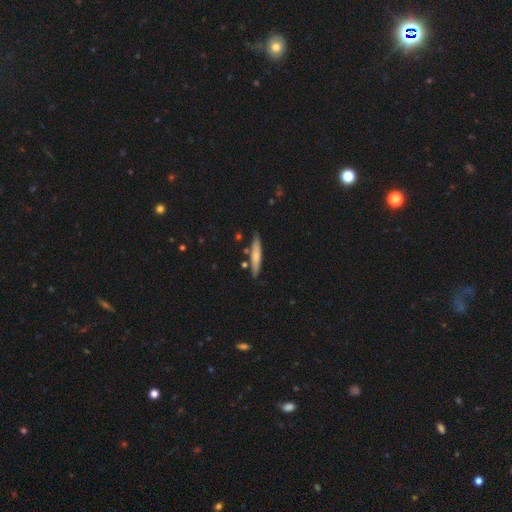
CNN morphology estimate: A smooth galaxy with no disk features (66%) that is cigar-shaped (91%). Merging: none (82%).